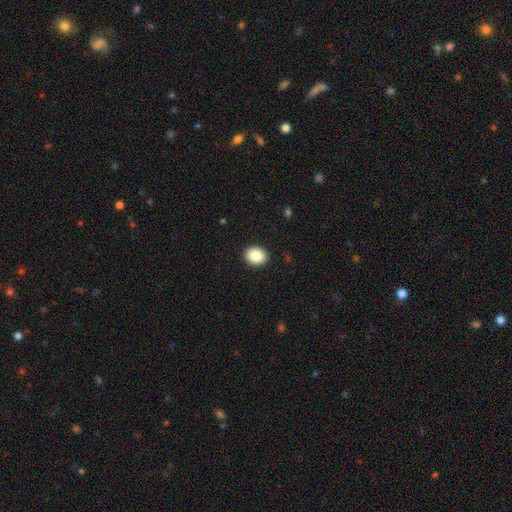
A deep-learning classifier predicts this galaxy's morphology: Smooth or featured?
  - smooth: 87% *
  - star or artifact: 8%
  - featured or disk: 5%
How rounded?
  - round: 52% *
  - in between: 48%
  - cigar-shaped: 1%
Merging?
  - none: 92% *
  - minor disturbance: 6%
  - major disturbance: 2%
  - merger: 1%